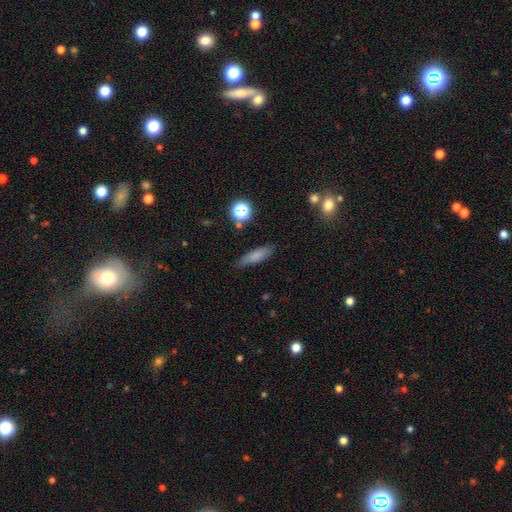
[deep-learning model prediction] A smooth galaxy with no disk features (77%) that is cigar-shaped (60%). Merging: none (80%).